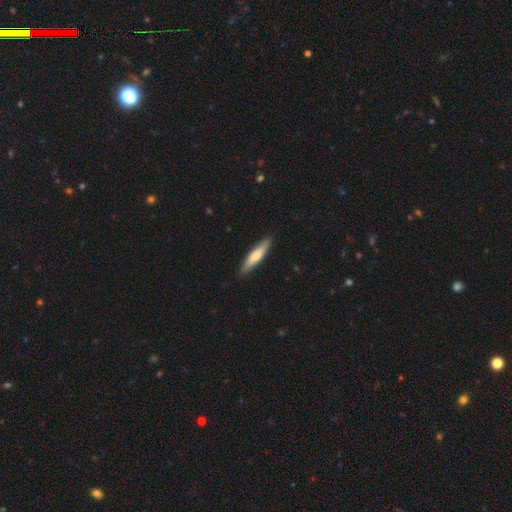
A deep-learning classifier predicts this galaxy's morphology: smooth 67%, featured or disk 29%, star or artifact 5%. Down the decision tree: how rounded — cigar-shaped (83%); merging — none (89%).